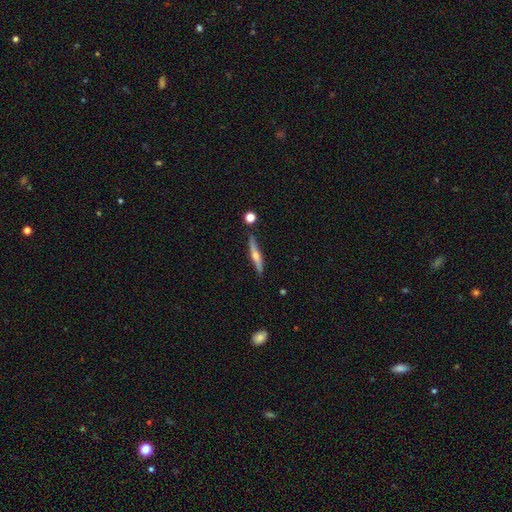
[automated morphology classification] Smooth or featured: featured or disk — 57% (smooth — 36%)
Edge-on disk: yes — 95% (no — 5%)
Edge-on bulge: rounded — 87% (none — 8%)
Merging: none — 84% (minor disturbance — 11%)